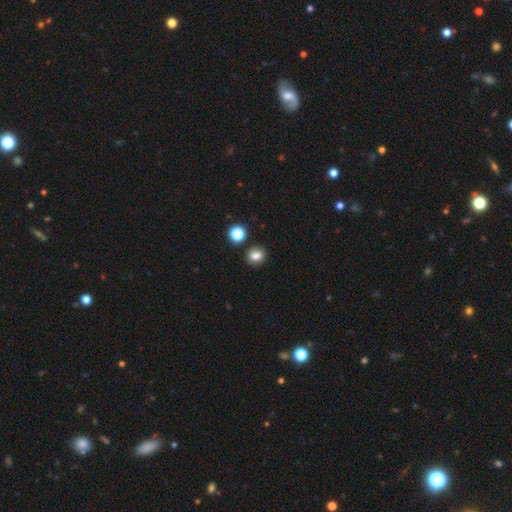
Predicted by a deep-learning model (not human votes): smooth_or_featured: smooth (p=0.81) [alt: star or artifact p=0.12]
how_rounded: round (p=0.62) [alt: in between p=0.37]
merging: none (p=0.81) [alt: minor disturbance p=0.10]